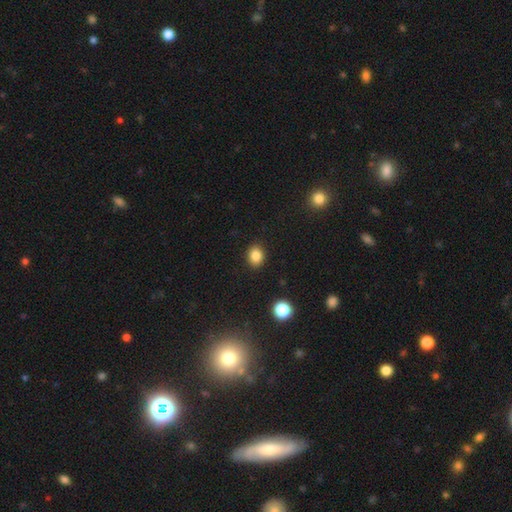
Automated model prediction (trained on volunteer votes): Smooth or featured? smooth (85%)
How rounded? round (53%)
Merging? none (90%)